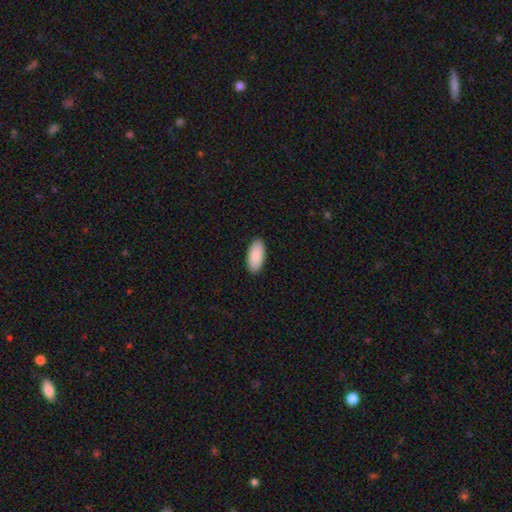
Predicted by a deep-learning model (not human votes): A smooth galaxy with no disk features (91%) that is in between round and cigar-shaped (93%). Merging: none (91%).